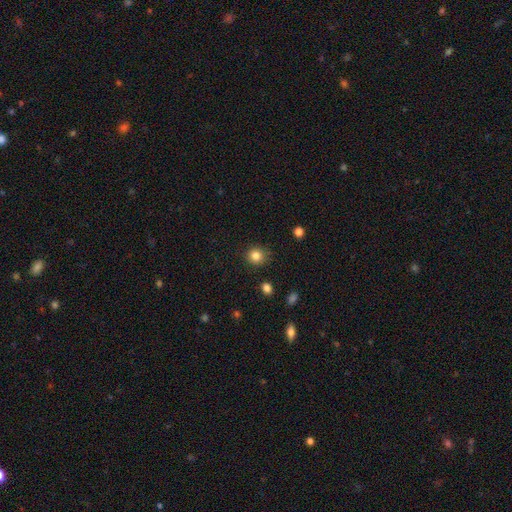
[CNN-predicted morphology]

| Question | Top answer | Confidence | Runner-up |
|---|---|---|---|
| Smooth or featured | smooth | 84% | star or artifact (11%) |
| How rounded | round | 88% | in between (12%) |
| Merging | none | 87% | minor disturbance (9%) |